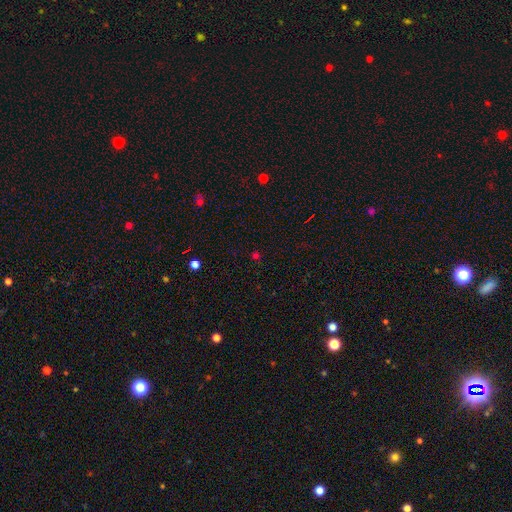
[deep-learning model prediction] star or artifact 52%, smooth 42%, featured or disk 6%.